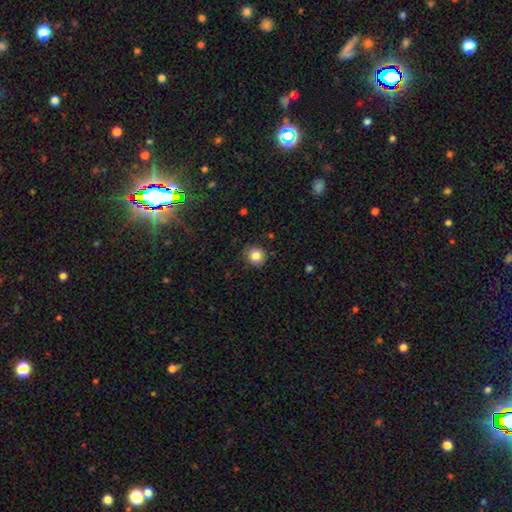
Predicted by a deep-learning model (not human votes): This appears to be a smooth galaxy with no disk features (84%) that is round (90%). Merging: none (88%).